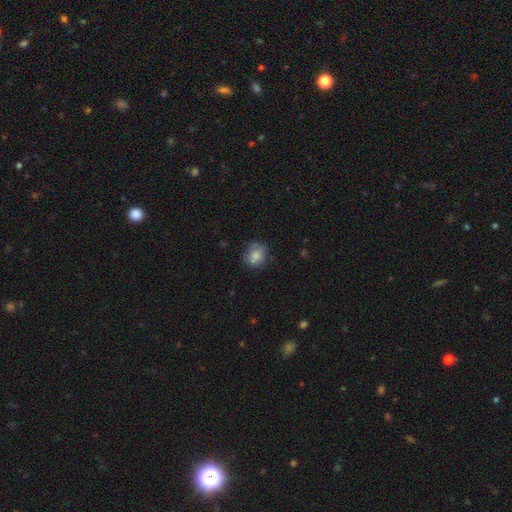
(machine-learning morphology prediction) Smooth or featured: smooth — 82% (featured or disk — 9%)
How rounded: round — 74% (in between — 26%)
Merging: none — 75% (minor disturbance — 19%)